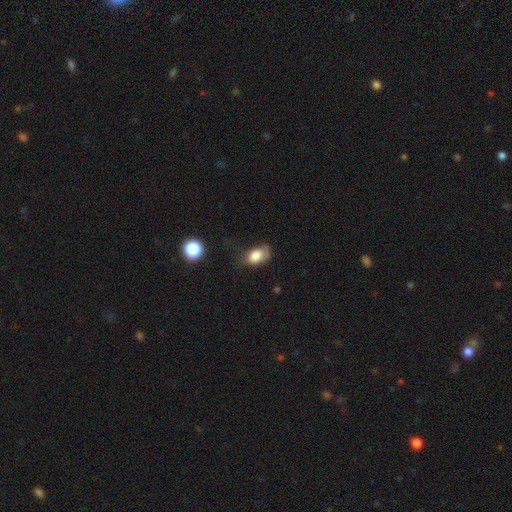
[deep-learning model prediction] Smooth or featured? Predicted: smooth (p=0.77). How rounded? Predicted: in between (p=0.83). Merging? Predicted: minor disturbance (p=0.35).